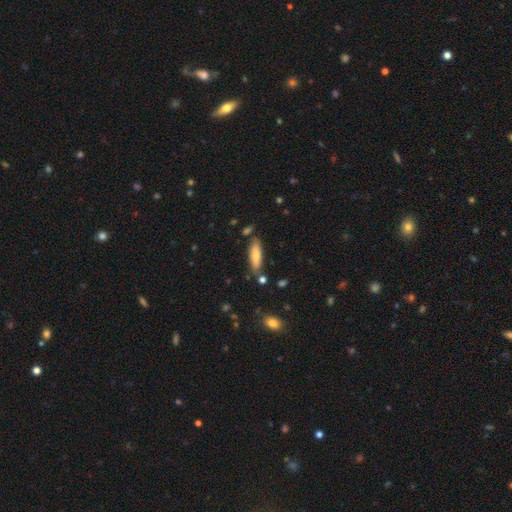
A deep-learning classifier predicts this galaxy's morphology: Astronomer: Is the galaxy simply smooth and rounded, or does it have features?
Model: smooth — 74%.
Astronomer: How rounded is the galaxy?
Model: cigar-shaped — 53% (runner-up: in between, 45%).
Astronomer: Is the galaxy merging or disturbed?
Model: none — 75%.